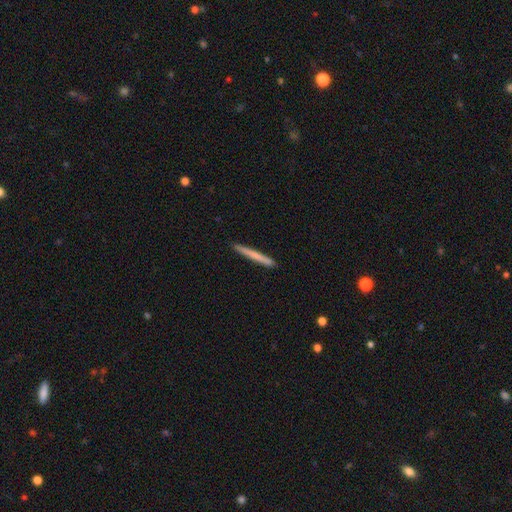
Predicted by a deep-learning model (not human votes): Smooth or featured?
  - smooth: 65% *
  - featured or disk: 30%
  - star or artifact: 5%
How rounded?
  - cigar-shaped: 97% *
  - in between: 2%
  - round: 1%
Merging?
  - none: 92% *
  - minor disturbance: 6%
  - major disturbance: 1%
  - merger: 1%